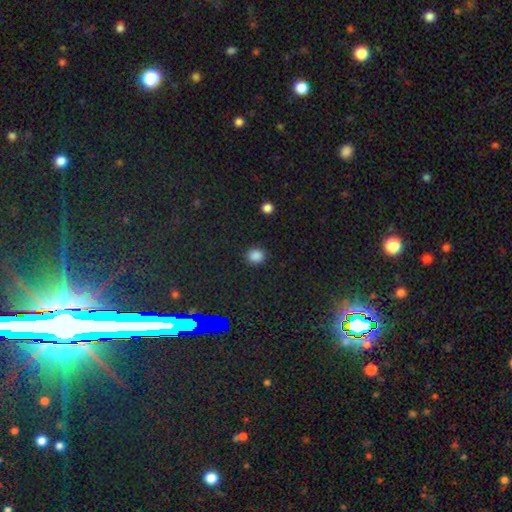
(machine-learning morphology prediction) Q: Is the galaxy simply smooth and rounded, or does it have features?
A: smooth — 83%.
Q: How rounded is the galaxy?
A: round — 80%.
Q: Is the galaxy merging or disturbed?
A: none — 89%.